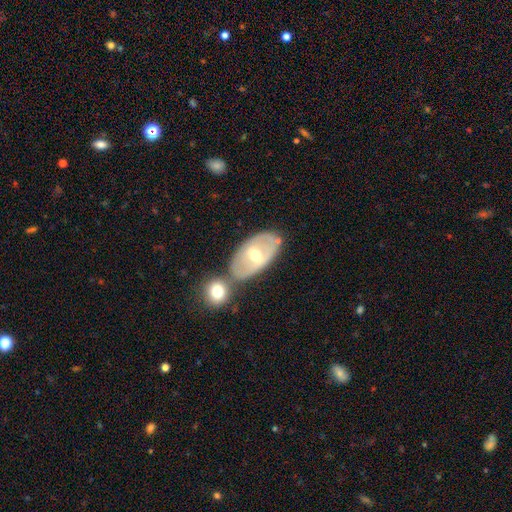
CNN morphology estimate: A featured or disk galaxy (62%) with a weak bar (43%), no spiral arms (57%) and a moderate central bulge (68%). Merging: none (59%).